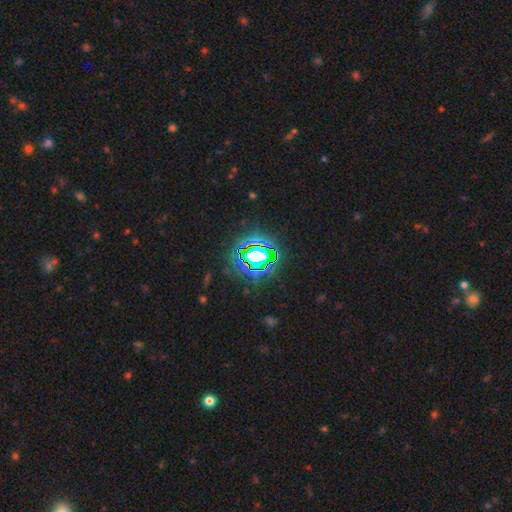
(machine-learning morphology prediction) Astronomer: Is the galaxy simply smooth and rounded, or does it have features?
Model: star or artifact — 77%.